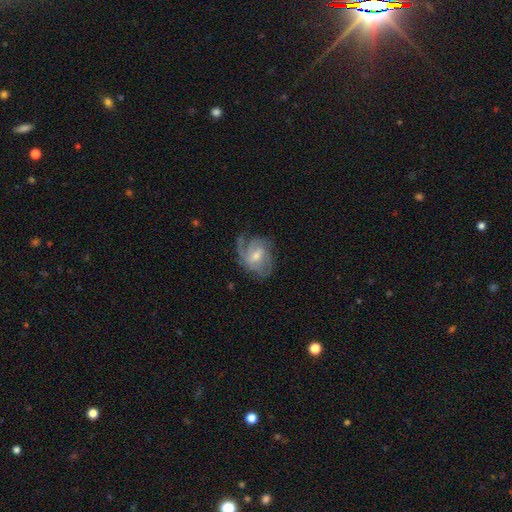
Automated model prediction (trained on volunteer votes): Smooth or featured? Predicted: featured or disk (p=0.79). Edge-on disk? Predicted: no (p=0.97). Bar? Predicted: weak (p=0.56). Spiral arms? Predicted: yes (p=0.92). Spiral winding? Predicted: medium (p=0.43). Spiral arm count? Predicted: 2 (p=0.34). Bulge size? Predicted: small (p=0.48). Merging? Predicted: none (p=0.54).